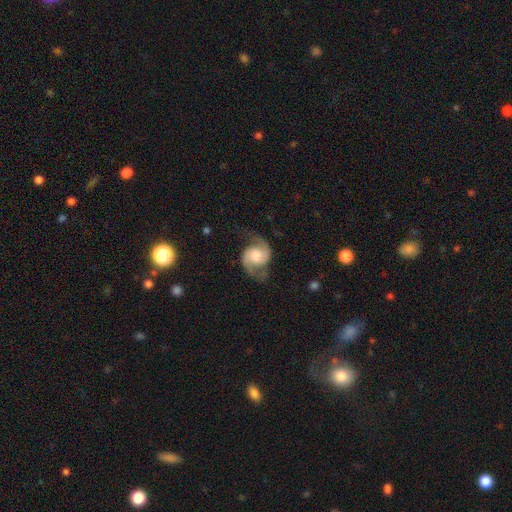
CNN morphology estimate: featured or disk 86%, smooth 9%, star or artifact 5%. Down the decision tree: edge-on disk — no (98%); bar — no (64%); spiral arms — yes (97%); spiral arm count — 2 (93%); spiral winding — medium (48%); bulge size — moderate (52%); merging — none (70%).